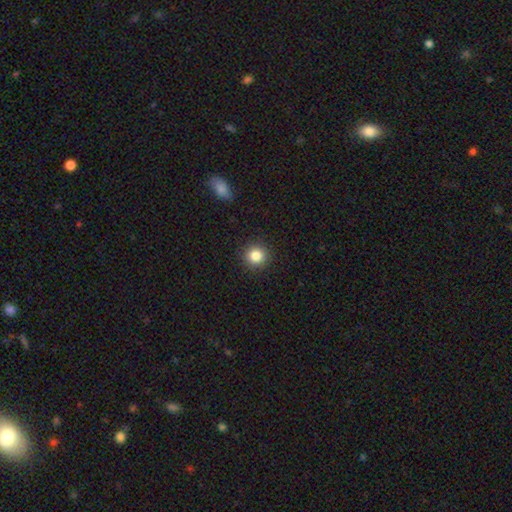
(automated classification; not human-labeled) Smooth or featured: smooth — 85% (star or artifact — 10%)
How rounded: round — 93% (in between — 6%)
Merging: none — 92% (minor disturbance — 6%)